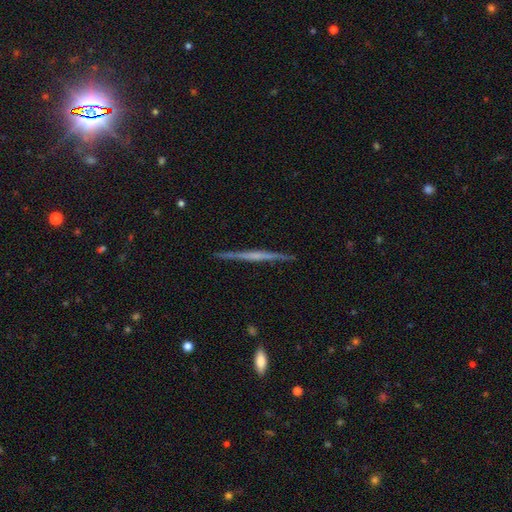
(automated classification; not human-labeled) Morphology: type=featured or disk (70%); edge-on=yes (98%); edge-on bulge=none (60%); merging=none (91%).